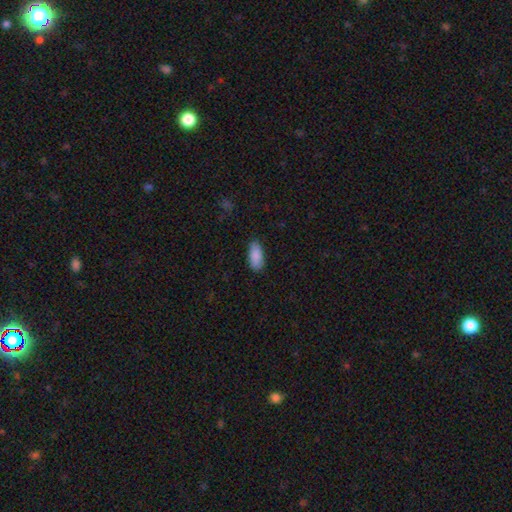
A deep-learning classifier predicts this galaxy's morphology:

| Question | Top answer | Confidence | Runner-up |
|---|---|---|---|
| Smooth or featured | smooth | 89% | star or artifact (6%) |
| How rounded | in between | 89% | cigar-shaped (9%) |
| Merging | none | 84% | minor disturbance (13%) |